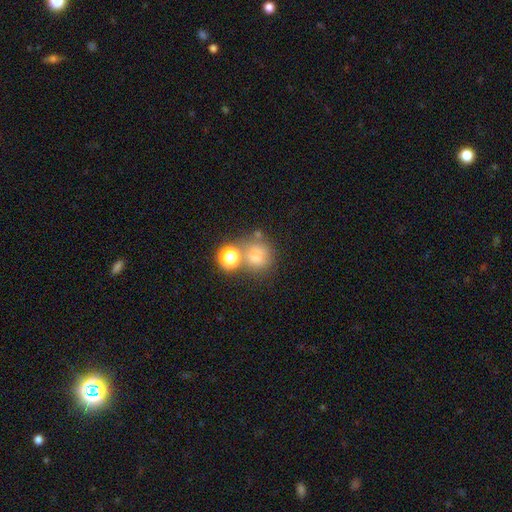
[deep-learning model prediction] Morphology: type=smooth (70%); roundness=round (83%); merging=none (55%).